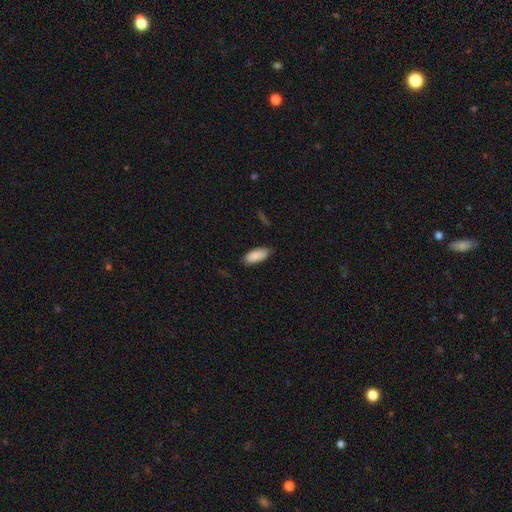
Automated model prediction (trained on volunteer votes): Overall: smooth (89%). How rounded: in between (86%). Merging: none (81%).